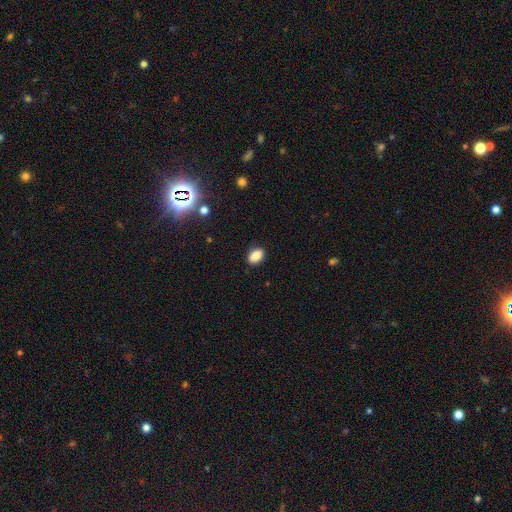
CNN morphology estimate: smooth 87%, star or artifact 9%, featured or disk 4%. Down the decision tree: how rounded — in between (87%); merging — none (87%).